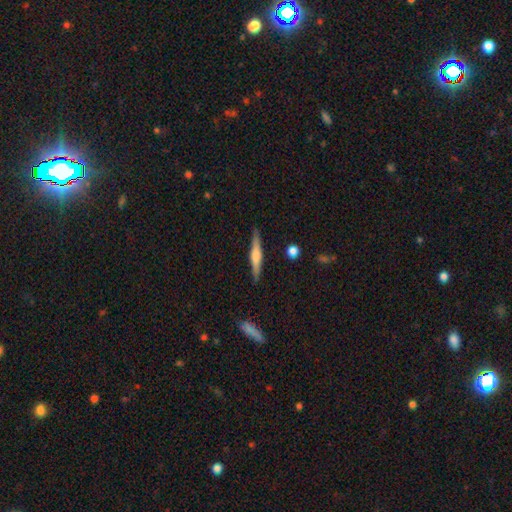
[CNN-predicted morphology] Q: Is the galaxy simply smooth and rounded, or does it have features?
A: featured or disk — 60%.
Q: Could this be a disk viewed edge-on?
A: yes — 97%.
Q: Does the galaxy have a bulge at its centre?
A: rounded — 69%.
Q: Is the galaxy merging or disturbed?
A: none — 89%.